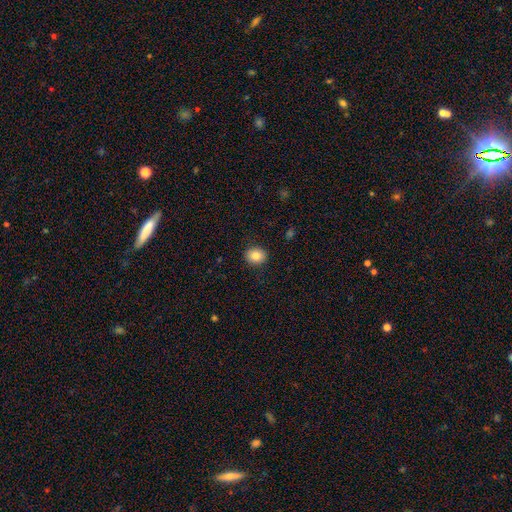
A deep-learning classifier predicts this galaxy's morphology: Q: Smooth or featured?
A: smooth (84%); runner-up: star or artifact (9%)
Q: How rounded?
A: round (58%); runner-up: in between (41%)
Q: Merging?
A: none (90%); runner-up: minor disturbance (7%)